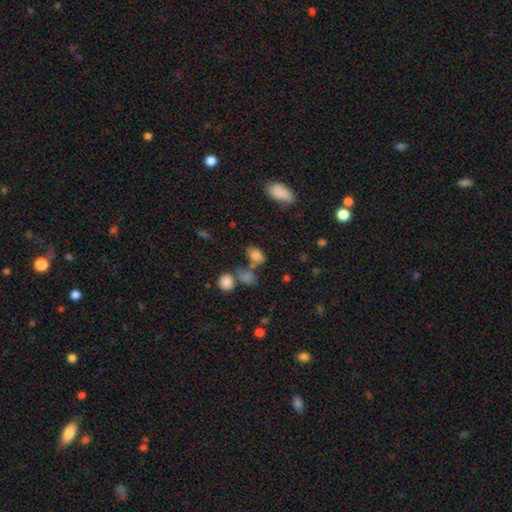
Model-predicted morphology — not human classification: A smooth galaxy with no disk features (78%) that is in between round and cigar-shaped (82%). Merging: none (51%).